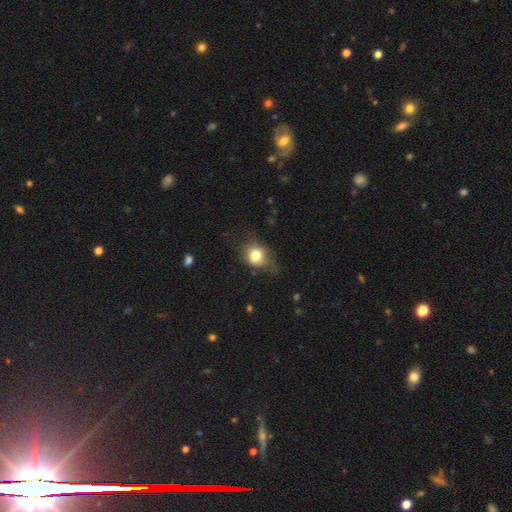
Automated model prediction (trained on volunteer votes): Q: Smooth or featured?
A: smooth (76%); runner-up: featured or disk (14%)
Q: How rounded?
A: round (59%); runner-up: in between (40%)
Q: Merging?
A: none (54%); runner-up: minor disturbance (30%)